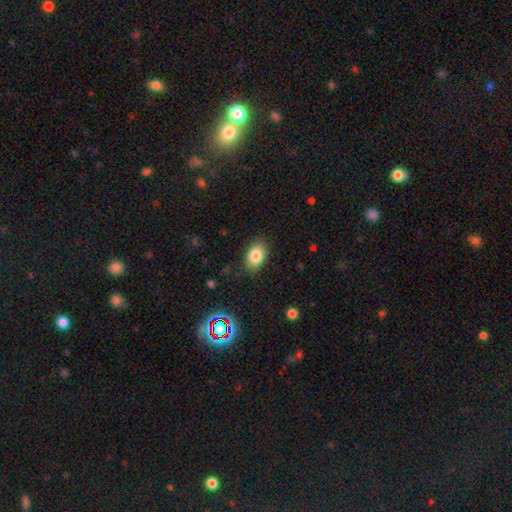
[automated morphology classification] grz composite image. It shows a smooth galaxy with no disk features (83%) that is in between round and cigar-shaped (84%). Merging: none (84%).